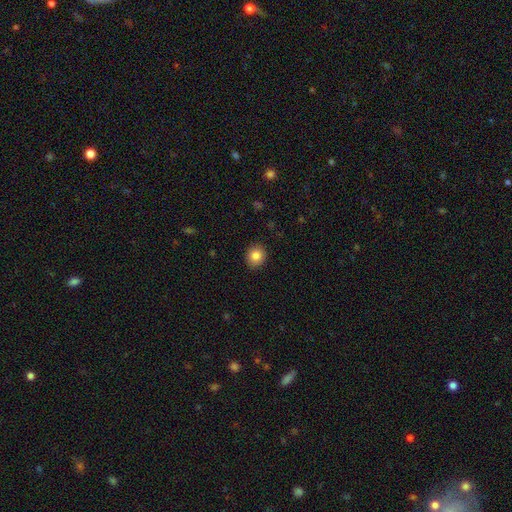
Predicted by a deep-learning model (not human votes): Morphology: type=smooth (84%); roundness=round (77%); merging=none (91%).